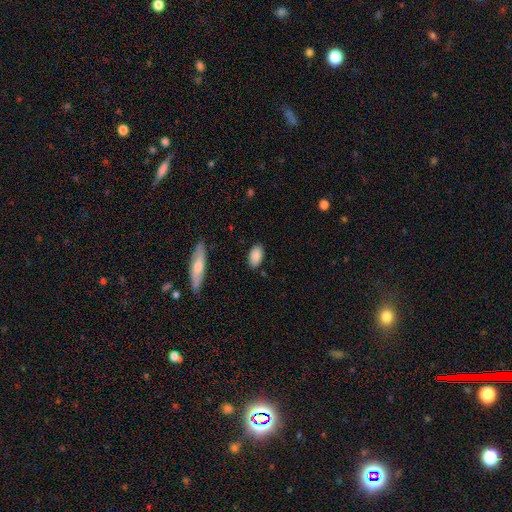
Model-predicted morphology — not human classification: smooth 88%, star or artifact 7%, featured or disk 6%. Down the decision tree: how rounded — in between (90%); merging — none (85%).